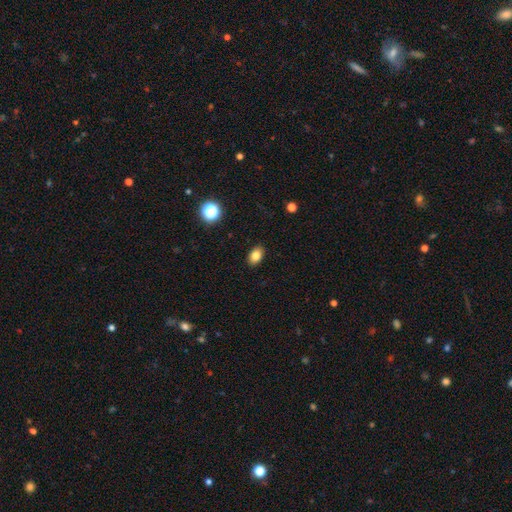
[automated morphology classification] Smooth or featured? smooth (82%)
How rounded? in between (86%)
Merging? none (89%)